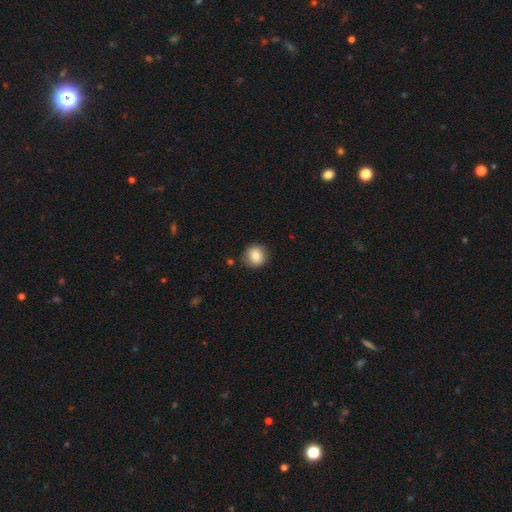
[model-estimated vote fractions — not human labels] A smooth galaxy with no disk features (85%) that is round (90%).

Vote fractions:
- Smooth or featured? smooth: 85% / star or artifact: 9% / featured or disk: 7%
- How rounded? round: 90% / in between: 9% / cigar-shaped: 1%
- Merging? none: 86% / minor disturbance: 10% / major disturbance: 2% / merger: 2%